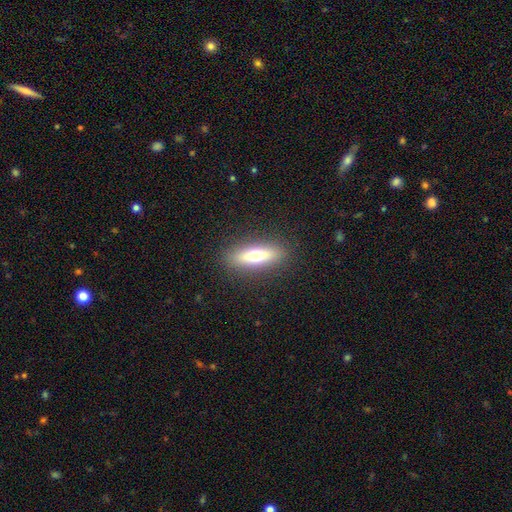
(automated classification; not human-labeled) Smooth or featured? Predicted: smooth (p=0.62). How rounded? Predicted: cigar-shaped (p=0.51). Merging? Predicted: none (p=0.89).